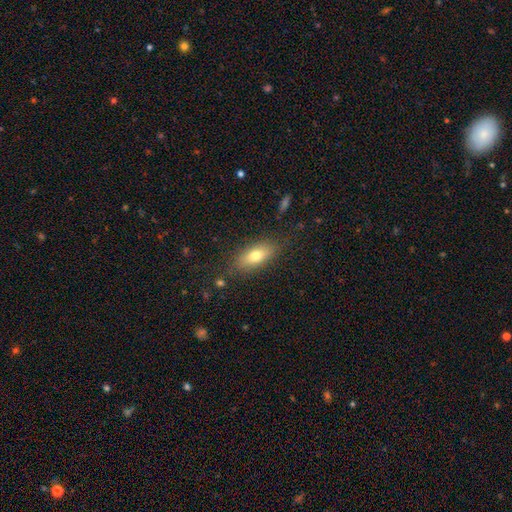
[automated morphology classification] The model was most divided on "smooth or featured": smooth: 73%, featured or disk: 19%, star or artifact: 8%. More confident: merging — none (82%); how rounded — in between (78%).